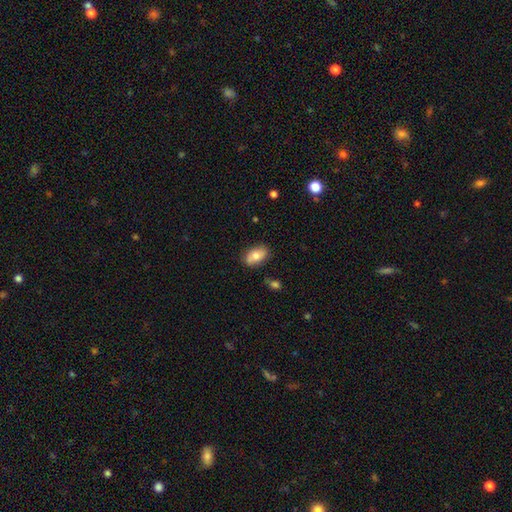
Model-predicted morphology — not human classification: Smooth or featured? Predicted: smooth (p=0.69). How rounded? Predicted: in between (p=0.89). Merging? Predicted: none (p=0.76).